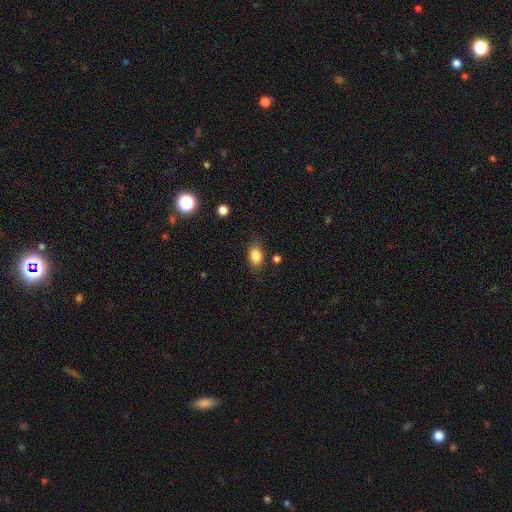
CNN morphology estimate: This appears to be a smooth galaxy with no disk features (84%) that is in between round and cigar-shaped (77%). Merging: none (78%).